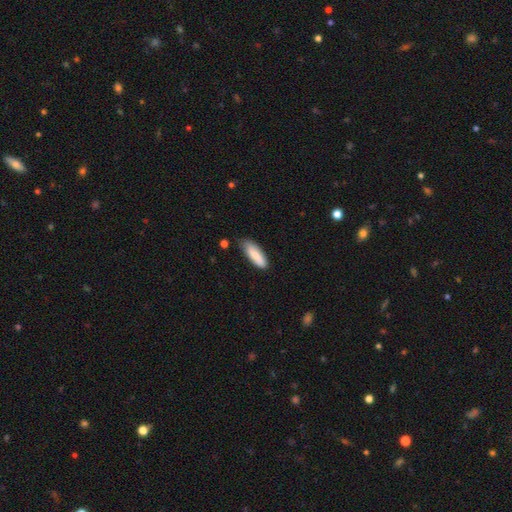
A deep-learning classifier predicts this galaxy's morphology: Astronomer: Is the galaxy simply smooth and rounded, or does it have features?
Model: smooth — 85%.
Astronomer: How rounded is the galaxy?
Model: in between — 56% (runner-up: cigar-shaped, 43%).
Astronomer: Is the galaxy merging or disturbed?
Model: none — 67%.